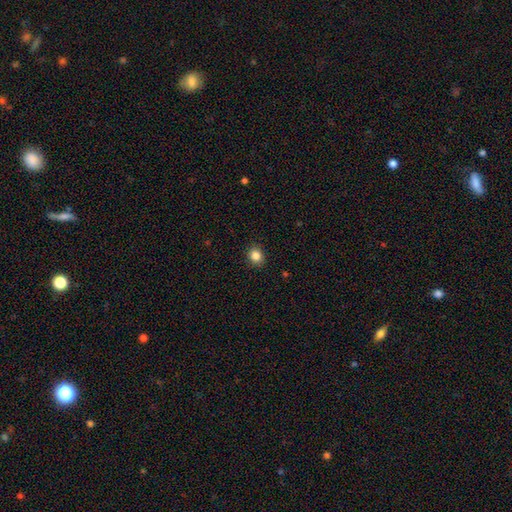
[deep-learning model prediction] This is clearly a smooth galaxy (85%). How rounded: likely round (80%). Merging: clearly none (91%).